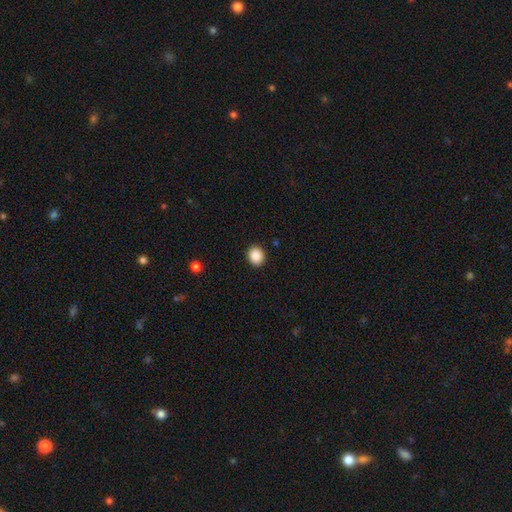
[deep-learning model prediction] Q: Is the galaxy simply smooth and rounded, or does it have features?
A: smooth — 88%.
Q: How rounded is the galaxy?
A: round — 74%.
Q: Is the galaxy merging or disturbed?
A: none — 92%.